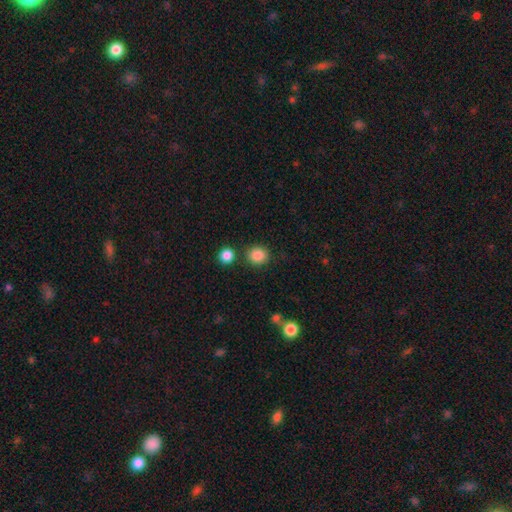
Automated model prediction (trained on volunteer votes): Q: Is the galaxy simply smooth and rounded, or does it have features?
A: smooth — 87%.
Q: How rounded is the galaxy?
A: round — 83%.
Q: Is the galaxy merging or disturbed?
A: none — 83%.